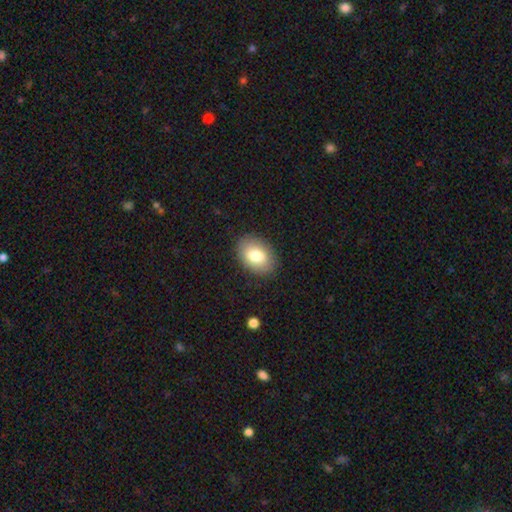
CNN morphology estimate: Smooth or featured: smooth — 79% (featured or disk — 14%)
How rounded: in between — 85% (round — 14%)
Merging: none — 85% (minor disturbance — 11%)